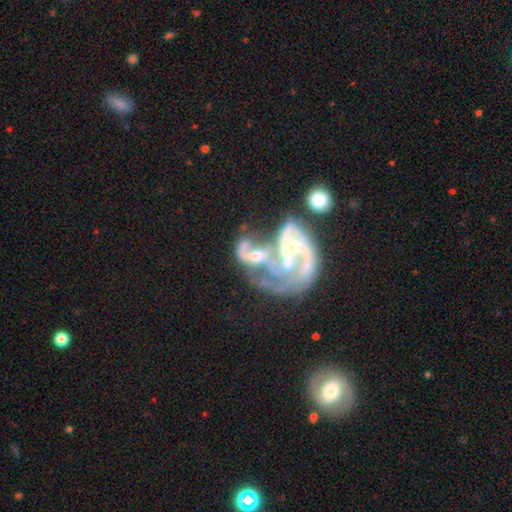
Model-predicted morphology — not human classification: Smooth or featured? Predicted: featured or disk (p=0.76). Edge-on disk? Predicted: no (p=0.98). Bar? Predicted: no (p=0.74). Spiral arms? Predicted: yes (p=0.55). Bulge size? Predicted: moderate (p=0.46). Merging? Predicted: merger (p=0.67).